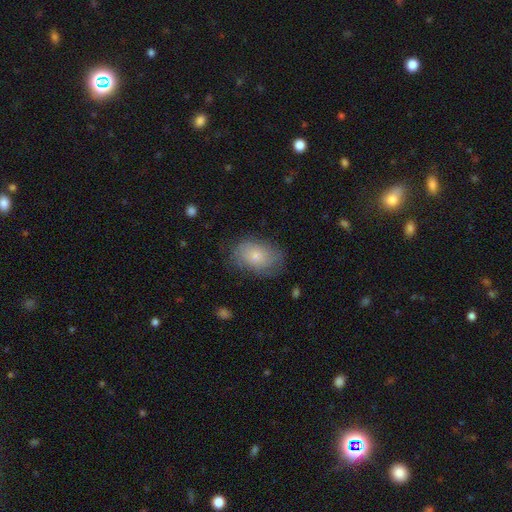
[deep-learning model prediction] smooth_or_featured: smooth (p=0.70) [alt: featured or disk p=0.22]
how_rounded: in between (p=0.85) [alt: round p=0.13]
merging: none (p=0.68) [alt: minor disturbance p=0.23]